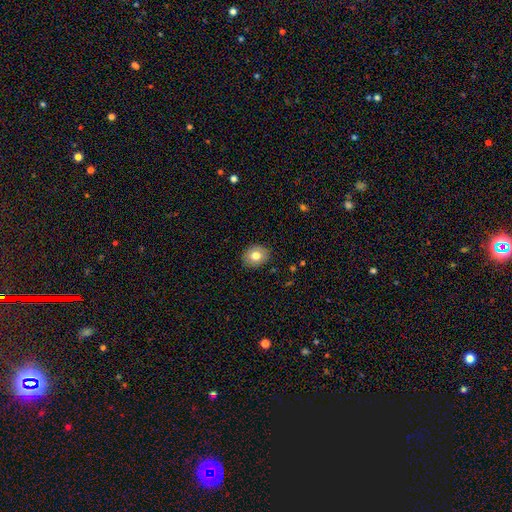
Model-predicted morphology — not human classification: type=smooth (77%); roundness=round (56%); merging=none (88%).